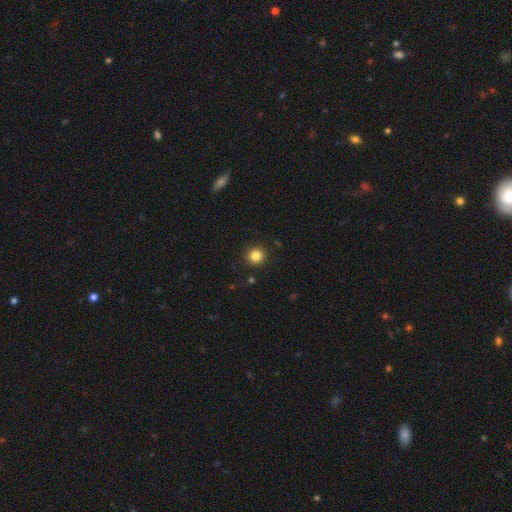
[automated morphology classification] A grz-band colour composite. It shows a smooth galaxy with no disk features (84%) that is round (95%). Merging: none (91%).